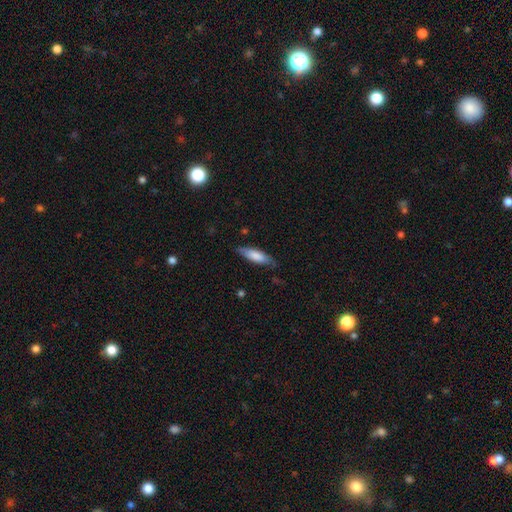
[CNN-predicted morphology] Smooth or featured?
  - smooth: 77% *
  - featured or disk: 18%
  - star or artifact: 6%
How rounded?
  - cigar-shaped: 54% *
  - in between: 45%
  - round: 1%
Merging?
  - none: 73% *
  - minor disturbance: 21%
  - major disturbance: 4%
  - merger: 2%